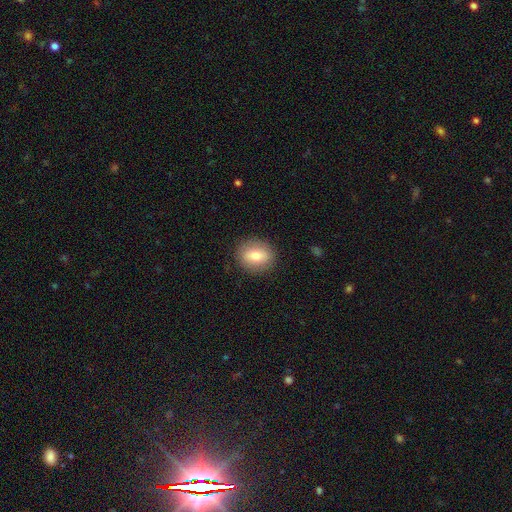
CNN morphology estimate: The model was most divided on "how rounded": round: 63%, in between: 35%, cigar-shaped: 1%. More confident: merging — none (88%); smooth or featured — smooth (72%).